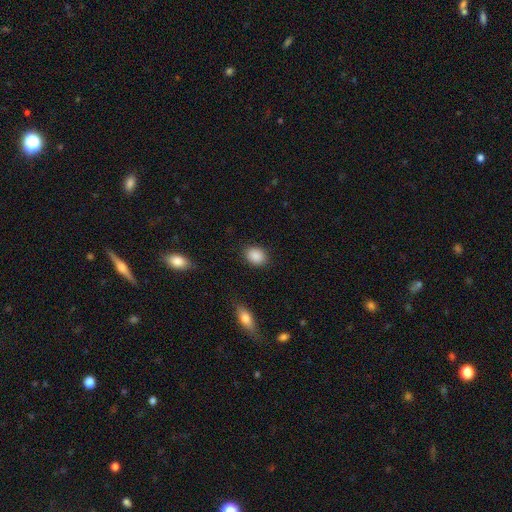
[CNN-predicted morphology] The model was most divided on "how rounded": in between: 59%, round: 40%, cigar-shaped: 1%. More confident: smooth or featured — smooth (88%); merging — none (86%).